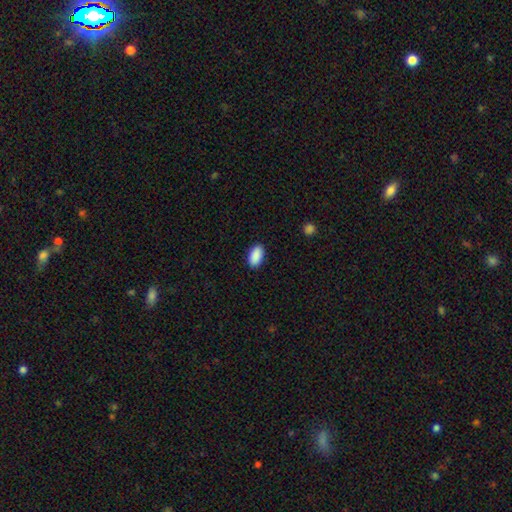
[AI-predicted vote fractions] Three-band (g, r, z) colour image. It shows a smooth galaxy with no disk features (91%) that is in between round and cigar-shaped (94%). Merging: none (89%).